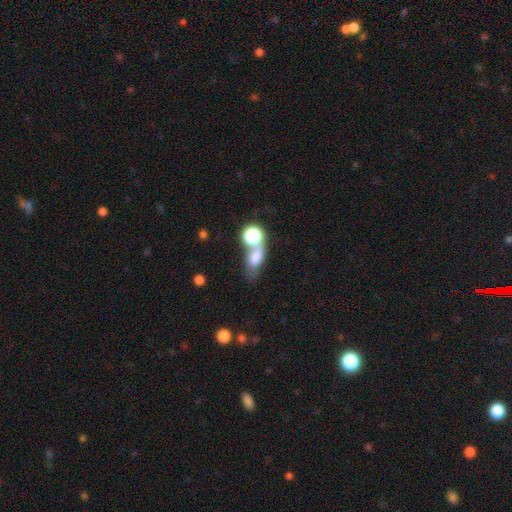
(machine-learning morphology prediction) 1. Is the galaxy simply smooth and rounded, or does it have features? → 65% smooth, 19% featured or disk, 16% star or artifact.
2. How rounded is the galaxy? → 63% in between, 25% round, 12% cigar-shaped.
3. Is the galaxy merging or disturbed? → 43% merger, 32% none, 13% minor disturbance, 12% major disturbance.